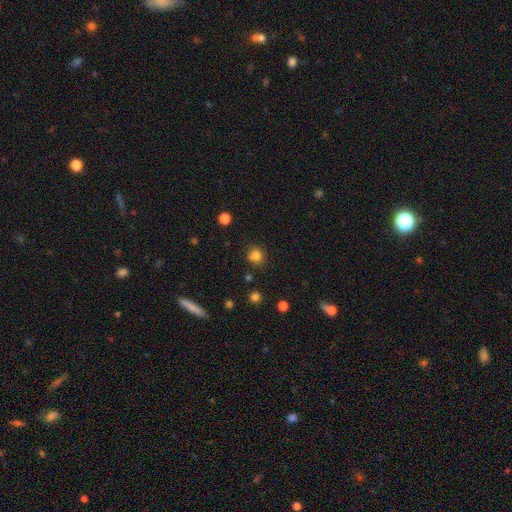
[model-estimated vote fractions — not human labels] smooth_or_featured: smooth (p=0.80) [alt: star or artifact p=0.14]
how_rounded: round (p=0.86) [alt: in between p=0.13]
merging: none (p=0.77) [alt: minor disturbance p=0.12]